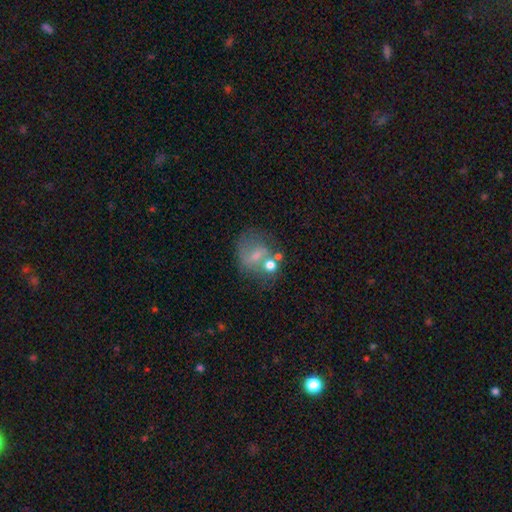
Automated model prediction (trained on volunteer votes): The model was most divided on "smooth or featured": smooth: 44%, featured or disk: 43%, star or artifact: 14%. Remaining: merging — none (41%).